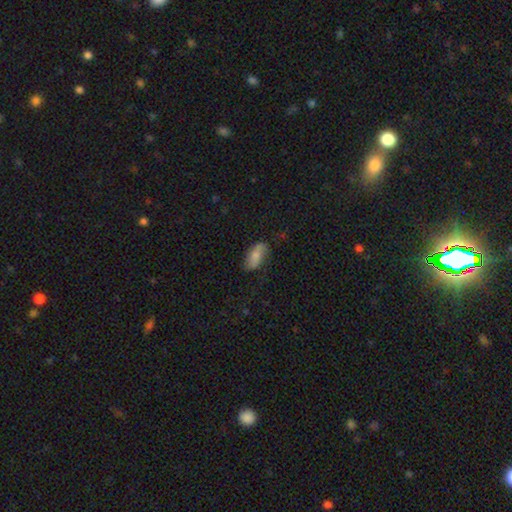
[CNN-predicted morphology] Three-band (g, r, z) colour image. It shows a smooth galaxy with no disk features (65%) that is in between round and cigar-shaped (88%). Merging: none (70%).